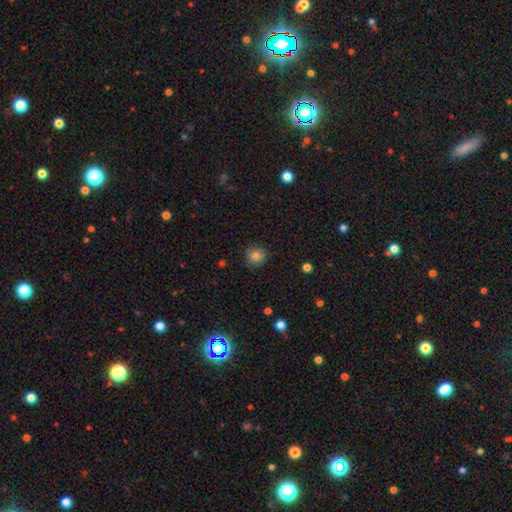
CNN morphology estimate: Smooth or featured? smooth (84%)
How rounded? round (90%)
Merging? none (86%)